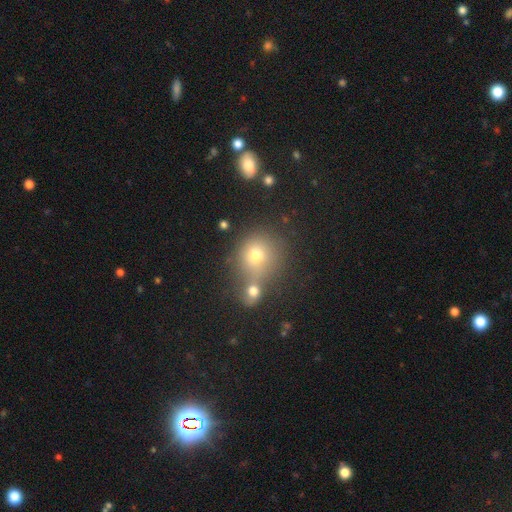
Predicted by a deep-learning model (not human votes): Smooth or featured? Predicted: smooth (p=0.70). How rounded? Predicted: round (p=0.85). Merging? Predicted: none (p=0.50).